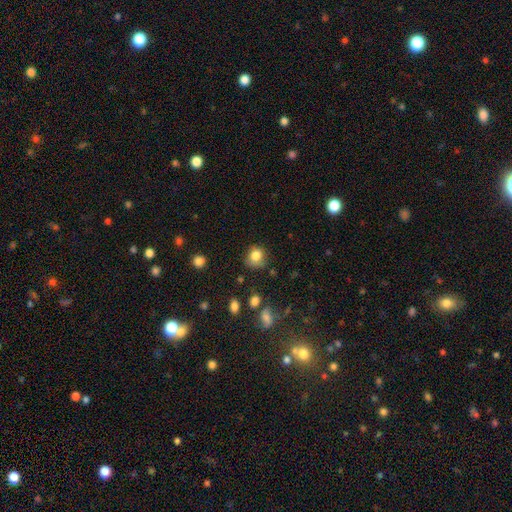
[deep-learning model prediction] A smooth galaxy with no disk features (82%) that is round (76%). Merging: none (66%).